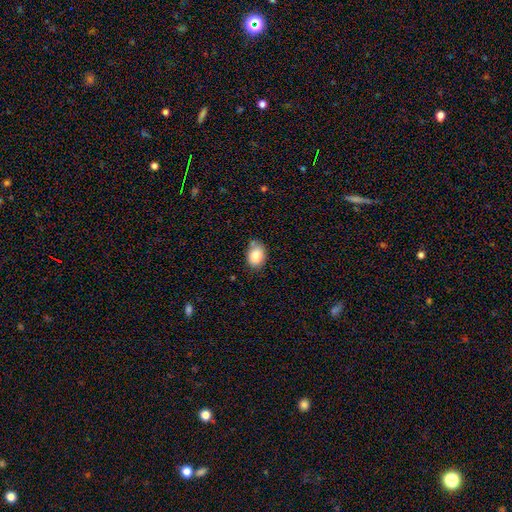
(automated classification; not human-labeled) Smooth or featured: smooth — 85% (star or artifact — 8%)
How rounded: in between — 74% (round — 25%)
Merging: none — 67% (minor disturbance — 23%)